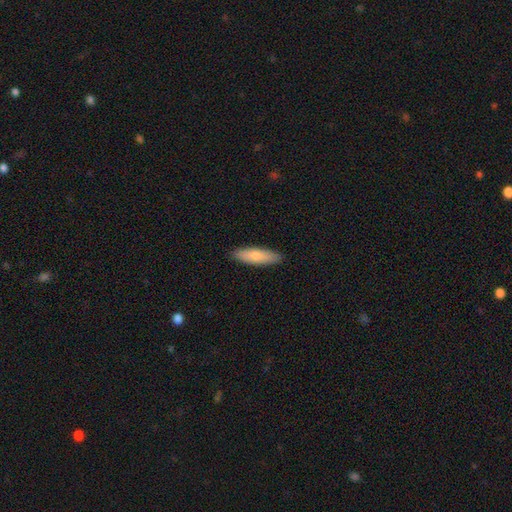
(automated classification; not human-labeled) smooth 78%, featured or disk 16%, star or artifact 5%. Down the decision tree: how rounded — cigar-shaped (61%); merging — none (89%).